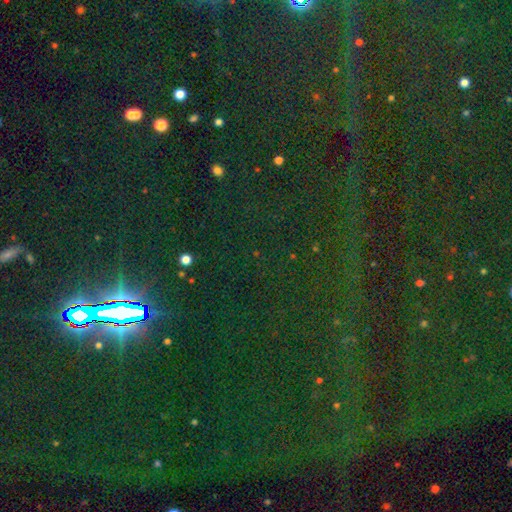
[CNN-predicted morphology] type=star or artifact (83%).